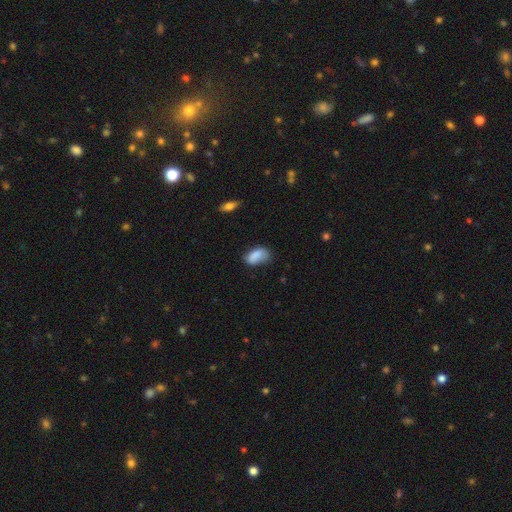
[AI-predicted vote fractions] smooth_or_featured: smooth (p=0.84) [alt: star or artifact p=0.08]
how_rounded: in between (p=0.92) [alt: round p=0.06]
merging: none (p=0.59) [alt: minor disturbance p=0.31]